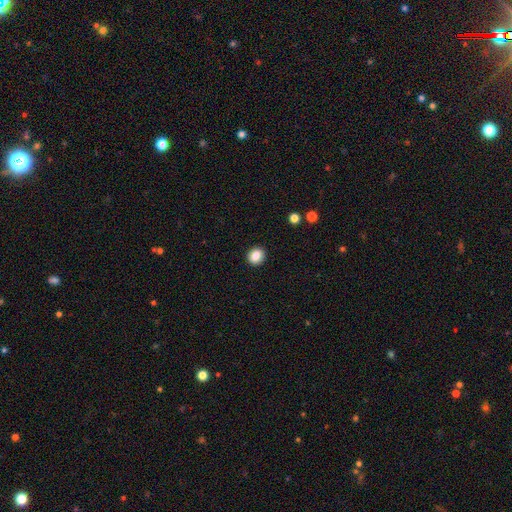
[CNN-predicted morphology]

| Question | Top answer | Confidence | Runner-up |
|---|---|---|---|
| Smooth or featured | smooth | 84% | star or artifact (9%) |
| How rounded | round | 77% | in between (22%) |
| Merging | none | 92% | minor disturbance (5%) |